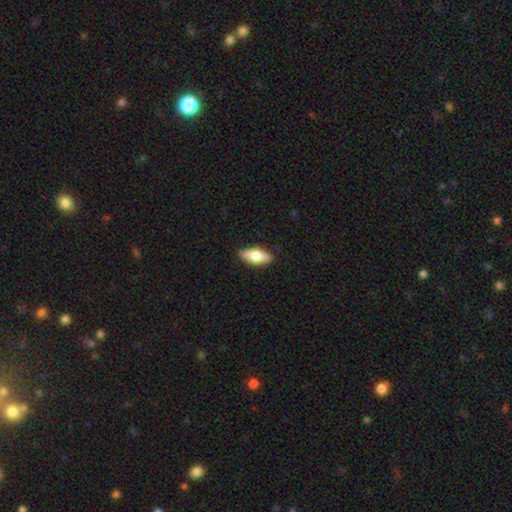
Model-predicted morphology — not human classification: Smooth or featured? smooth (67%)
How rounded? in between (77%)
Merging? none (87%)